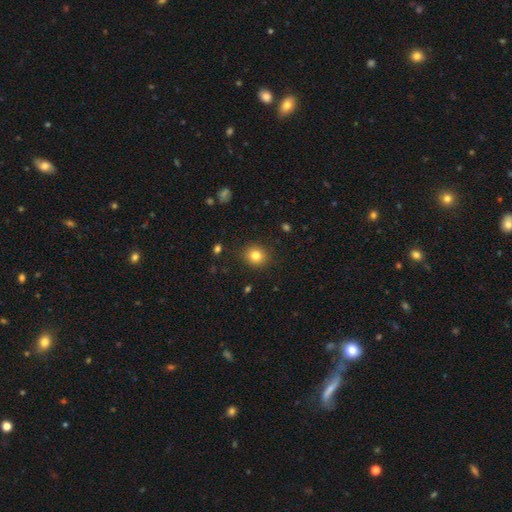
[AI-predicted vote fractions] Smooth or featured? smooth (81%)
How rounded? round (80%)
Merging? none (89%)